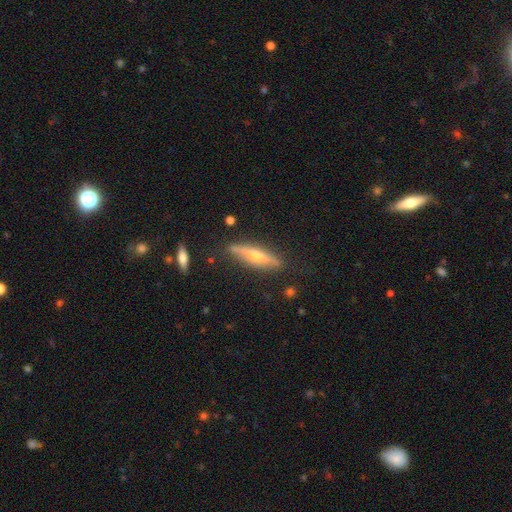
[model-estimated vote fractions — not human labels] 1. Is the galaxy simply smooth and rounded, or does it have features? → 63% featured or disk, 31% smooth, 6% star or artifact.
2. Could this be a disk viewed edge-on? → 93% yes, 7% no.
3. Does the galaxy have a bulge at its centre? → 88% rounded, 7% none, 5% boxy.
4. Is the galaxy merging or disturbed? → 82% none, 13% minor disturbance, 3% major disturbance, 3% merger.